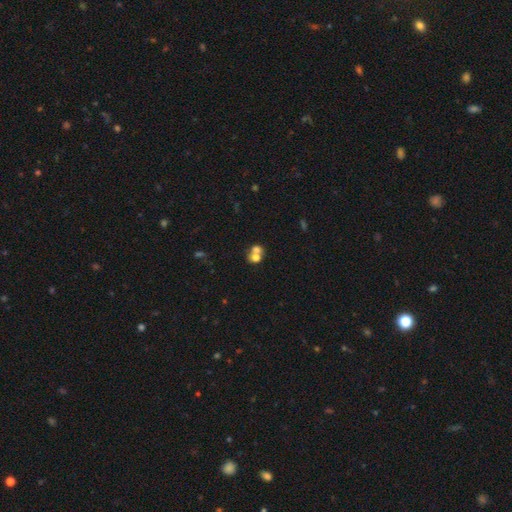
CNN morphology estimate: Q: Smooth or featured?
A: smooth (67%); runner-up: featured or disk (21%)
Q: How rounded?
A: round (63%); runner-up: in between (36%)
Q: Merging?
A: merger (63%); runner-up: none (28%)